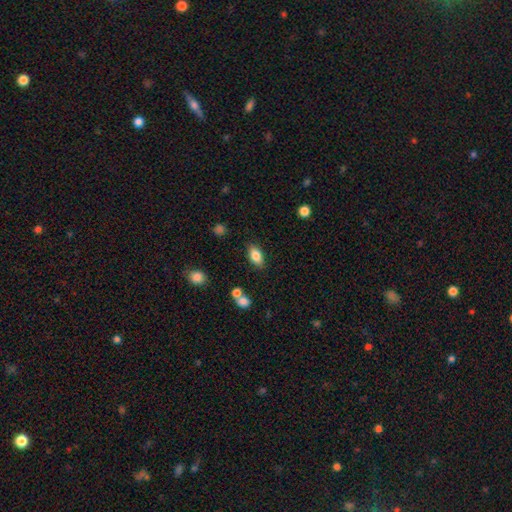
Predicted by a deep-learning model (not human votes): Overall: smooth (80%). How rounded: in between (88%). Merging: none (83%).